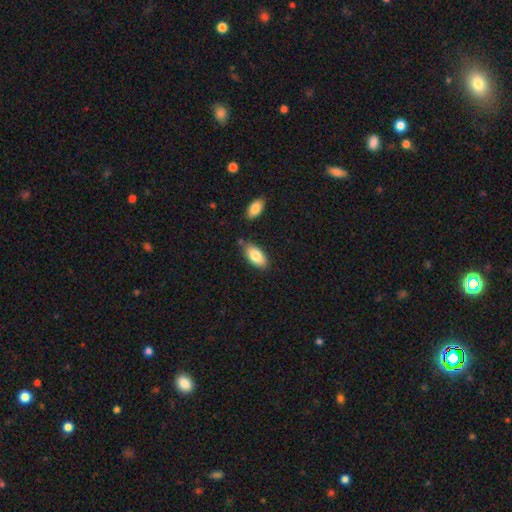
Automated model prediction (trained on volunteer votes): The model was most divided on "merging": none: 78%, minor disturbance: 14%, merger: 6%, major disturbance: 3%. More confident: how rounded — in between (92%); smooth or featured — smooth (83%).